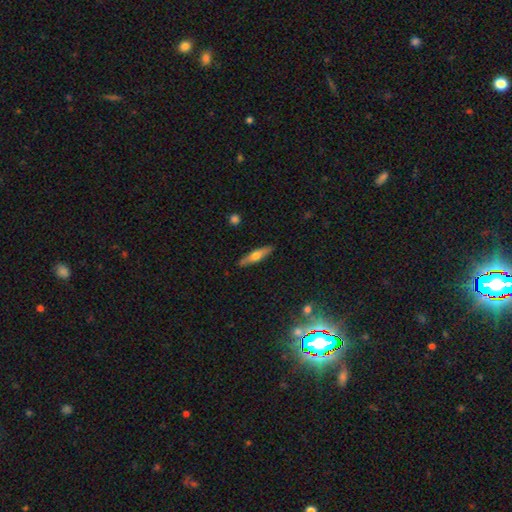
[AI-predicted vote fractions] Smooth or featured? Predicted: smooth (p=0.48). Merging? Predicted: none (p=0.90).